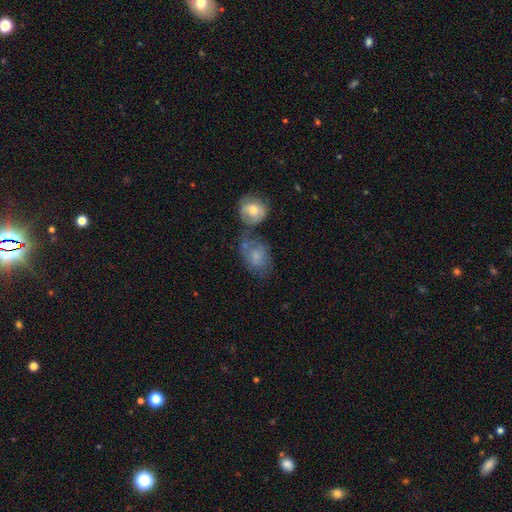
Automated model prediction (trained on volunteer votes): This appears to be a smooth galaxy with no disk features (61%) that is in between round and cigar-shaped (69%). Merging: none (34%, tied with merger).